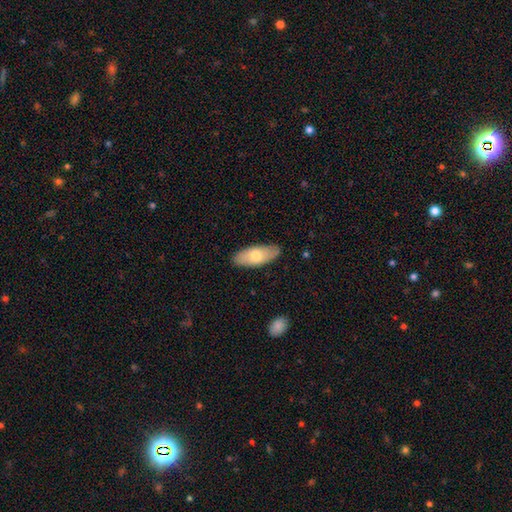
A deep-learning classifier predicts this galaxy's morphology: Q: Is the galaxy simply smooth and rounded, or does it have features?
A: smooth — 70%.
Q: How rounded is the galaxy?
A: in between — 81%.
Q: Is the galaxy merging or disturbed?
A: none — 87%.